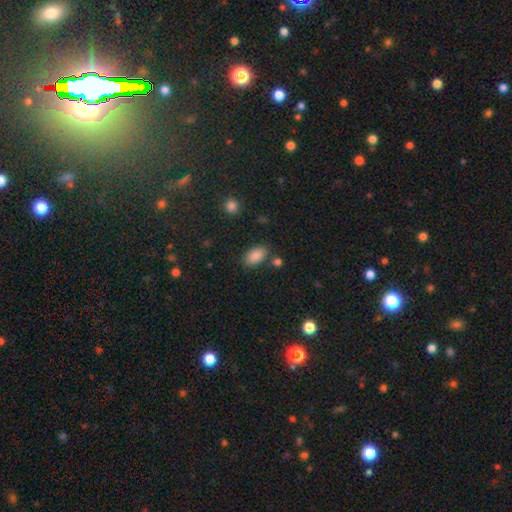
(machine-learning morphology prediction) smooth_or_featured: smooth (p=0.87) [alt: star or artifact p=0.08]
how_rounded: in between (p=0.92) [alt: round p=0.06]
merging: none (p=0.77) [alt: minor disturbance p=0.13]